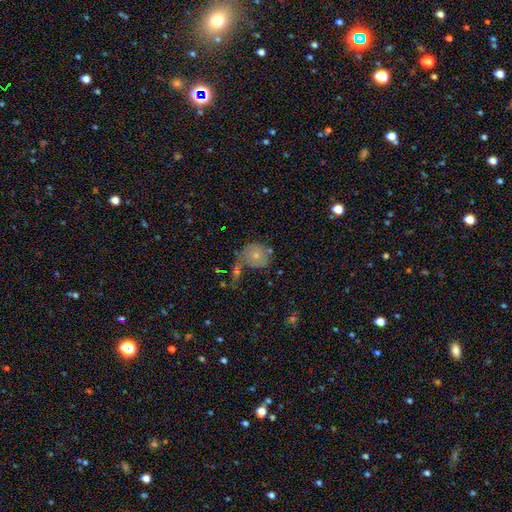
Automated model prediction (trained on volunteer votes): Morphology: type=smooth (55%); roundness=round (77%); merging=none (43%).